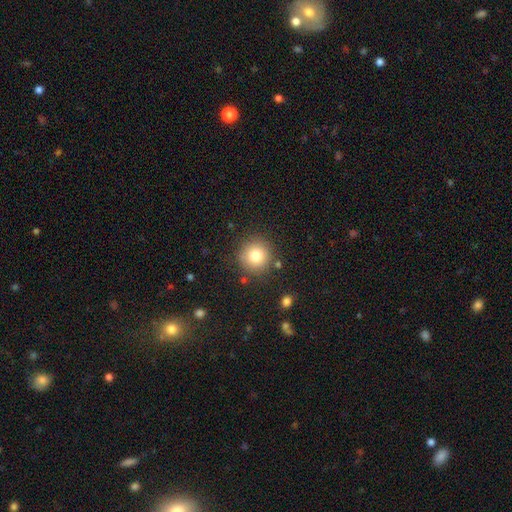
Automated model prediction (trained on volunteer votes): This is likely a smooth galaxy (80%). How rounded: clearly round (94%). Merging: clearly none (85%).